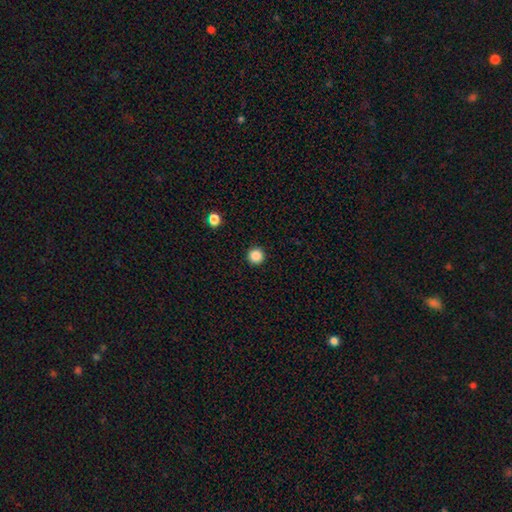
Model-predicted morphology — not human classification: type=smooth (87%); roundness=round (96%); merging=none (93%).